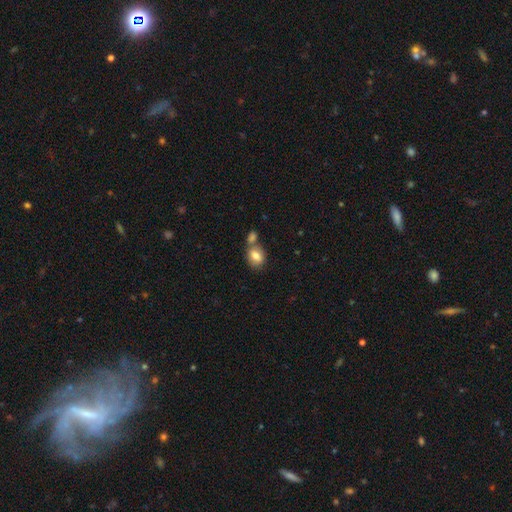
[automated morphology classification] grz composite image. It shows a smooth galaxy with no disk features (82%) that is in between round and cigar-shaped (60%). Merging: none (46%).